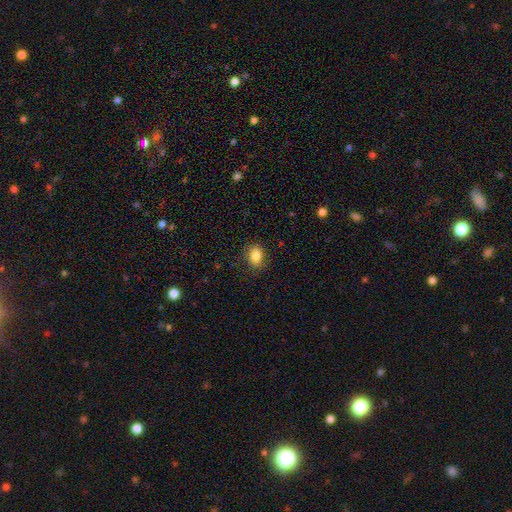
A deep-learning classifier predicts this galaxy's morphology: smooth 84%, star or artifact 9%, featured or disk 6%. Down the decision tree: how rounded — in between (65%); merging — none (84%).